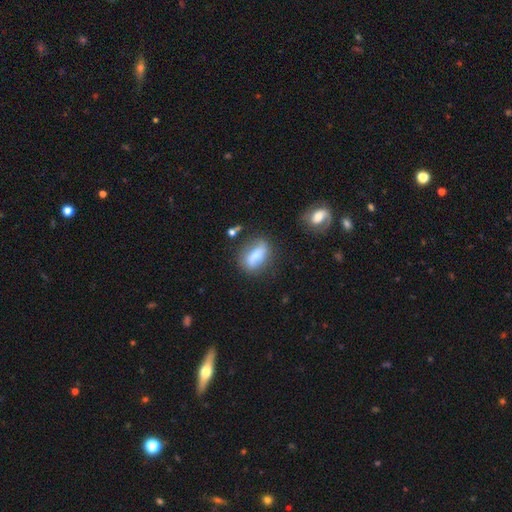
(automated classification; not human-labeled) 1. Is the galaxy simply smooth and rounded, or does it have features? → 68% smooth, 23% featured or disk, 8% star or artifact.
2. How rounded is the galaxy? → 77% in between, 15% cigar-shaped, 9% round.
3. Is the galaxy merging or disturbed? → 62% none, 24% minor disturbance, 9% major disturbance, 6% merger.